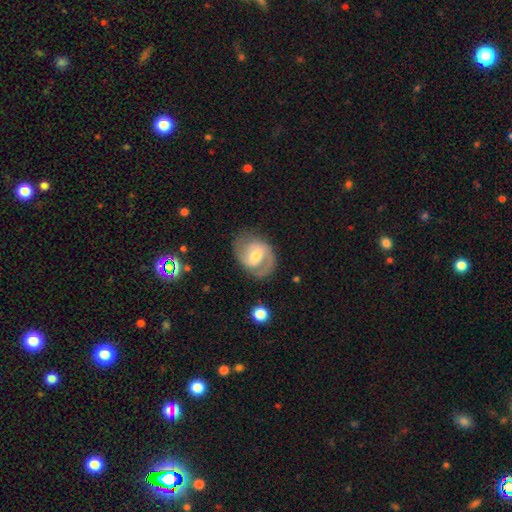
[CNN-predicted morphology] Smooth or featured?
  - featured or disk: 76% *
  - smooth: 18%
  - star or artifact: 6%
Edge-on disk?
  - no: 97% *
  - yes: 3%
Bar?
  - weak: 50% *
  - strong: 27%
  - no: 23%
Spiral arms?
  - yes: 89% *
  - no: 11%
Spiral winding?
  - medium: 52% *
  - tight: 29%
  - loose: 19%
Spiral arm count?
  - 2: 84% *
  - can't tell: 8%
  - 1: 5%
  - 3: 1%
  - 4: 1%
  - more than 4: 1%
Bulge size?
  - moderate: 57% *
  - small: 34%
  - large: 6%
  - none: 2%
  - dominant: 1%
Merging?
  - none: 71% *
  - minor disturbance: 18%
  - major disturbance: 9%
  - merger: 2%